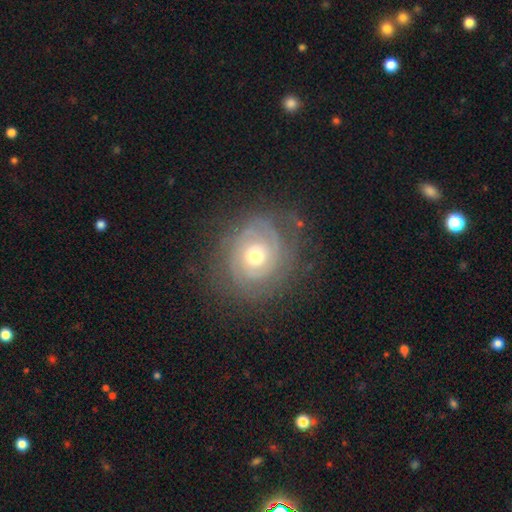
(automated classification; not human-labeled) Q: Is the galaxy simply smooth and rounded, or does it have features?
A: featured or disk — 80%.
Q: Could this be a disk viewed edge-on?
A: no — 97%.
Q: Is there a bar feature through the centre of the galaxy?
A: no — 82%.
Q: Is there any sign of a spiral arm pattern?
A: yes — 90%.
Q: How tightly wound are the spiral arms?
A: tight — 77%.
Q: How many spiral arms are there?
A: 2 — 35%.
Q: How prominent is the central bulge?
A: moderate — 69%.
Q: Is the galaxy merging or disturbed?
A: none — 75%.